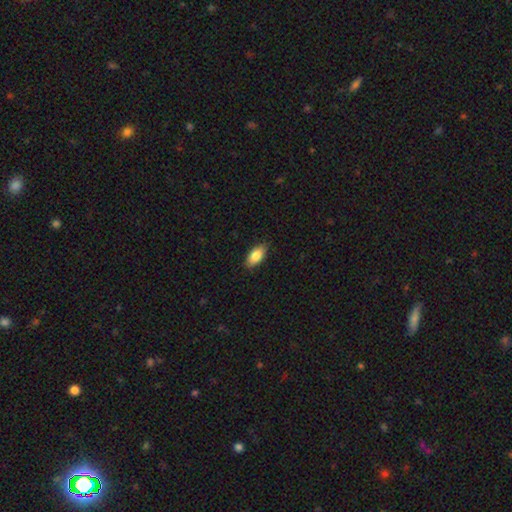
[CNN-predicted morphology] type=smooth (83%); roundness=in between (89%); merging=none (86%).